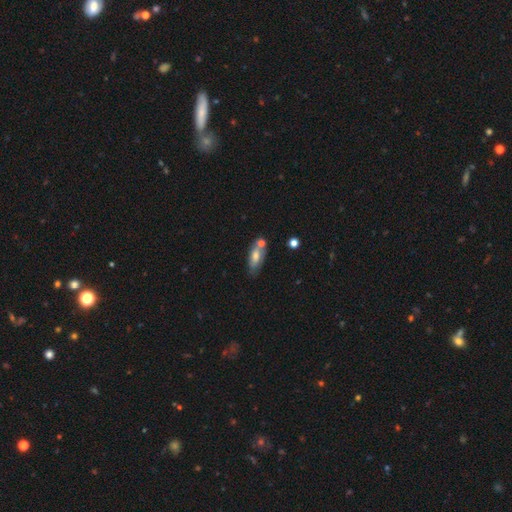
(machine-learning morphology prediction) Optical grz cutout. It shows a smooth galaxy with no disk features (61%) that is in between round and cigar-shaped (72%). Merging: none (51%).